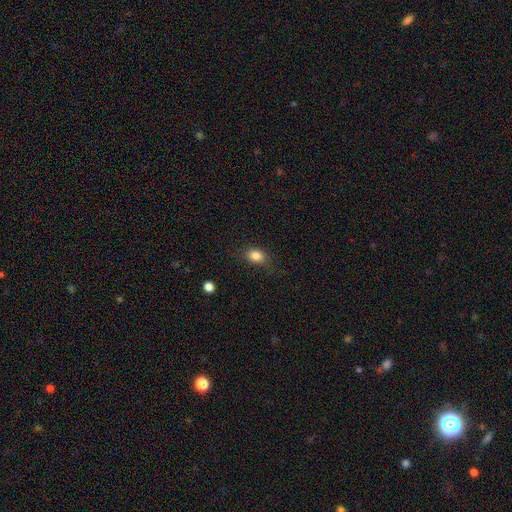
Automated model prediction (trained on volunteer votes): A smooth galaxy with no disk features (83%) that is in between round and cigar-shaped (66%). Merging: none (74%).